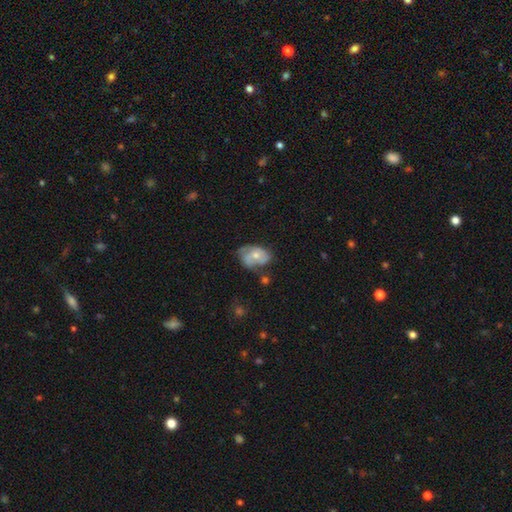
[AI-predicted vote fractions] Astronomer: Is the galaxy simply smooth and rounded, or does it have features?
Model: featured or disk — 55% (runner-up: smooth, 38%).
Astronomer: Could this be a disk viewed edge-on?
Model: no — 96%.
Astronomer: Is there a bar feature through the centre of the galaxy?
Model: no — 76%.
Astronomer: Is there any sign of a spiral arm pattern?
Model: yes — 69%.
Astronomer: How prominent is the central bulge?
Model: moderate — 55% (runner-up: small, 38%).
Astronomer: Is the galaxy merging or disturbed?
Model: none — 39% (runner-up: minor disturbance, 34%).